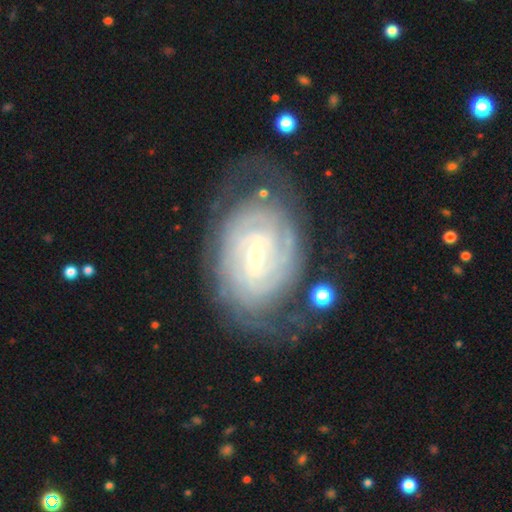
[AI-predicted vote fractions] A featured or disk galaxy (87%) with a weak bar (50%), tight (80%) spiral arms (95%) and a small central bulge (57%). Merging: none (66%).